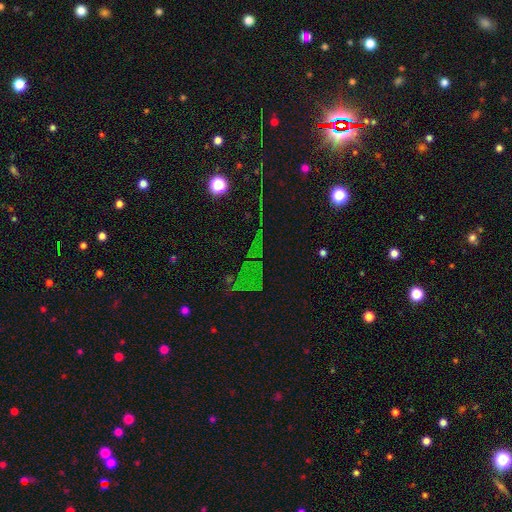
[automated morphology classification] type=star or artifact (71%).